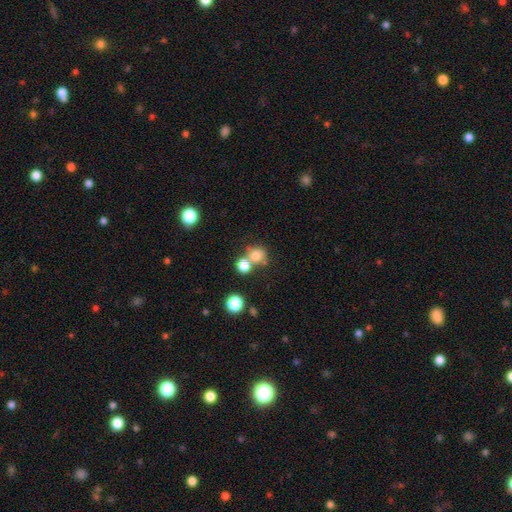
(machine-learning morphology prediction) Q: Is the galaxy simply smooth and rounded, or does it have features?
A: smooth — 77%.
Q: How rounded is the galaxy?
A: round — 83%.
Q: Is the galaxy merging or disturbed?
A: none — 51%.